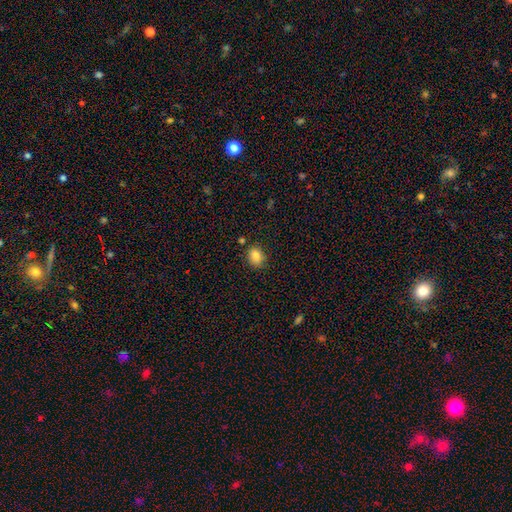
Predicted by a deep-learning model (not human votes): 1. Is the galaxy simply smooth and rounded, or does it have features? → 85% smooth, 10% star or artifact, 5% featured or disk.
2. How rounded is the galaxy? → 56% in between, 43% round, 1% cigar-shaped.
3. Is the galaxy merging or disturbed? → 81% none, 12% minor disturbance, 4% merger, 3% major disturbance.